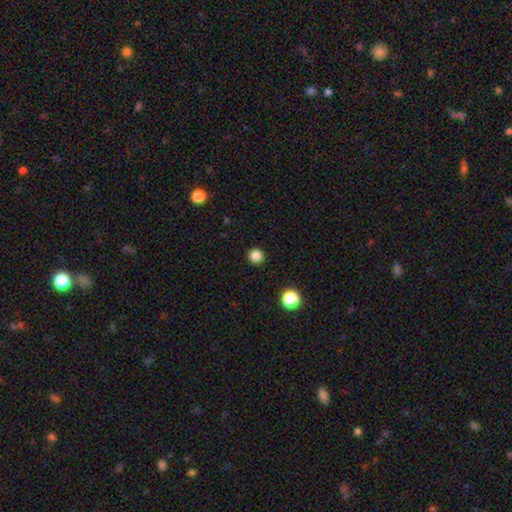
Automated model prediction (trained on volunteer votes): This appears to be a smooth galaxy with no disk features (85%) that is round (95%). Merging: none (93%).